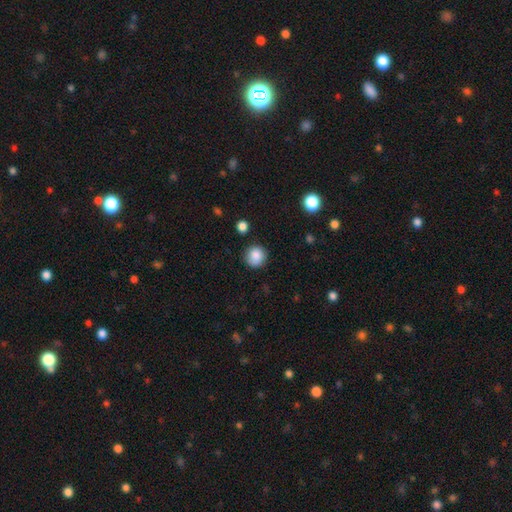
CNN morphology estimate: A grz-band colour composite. It shows a smooth galaxy with no disk features (87%) that is round (90%). Merging: none (85%).